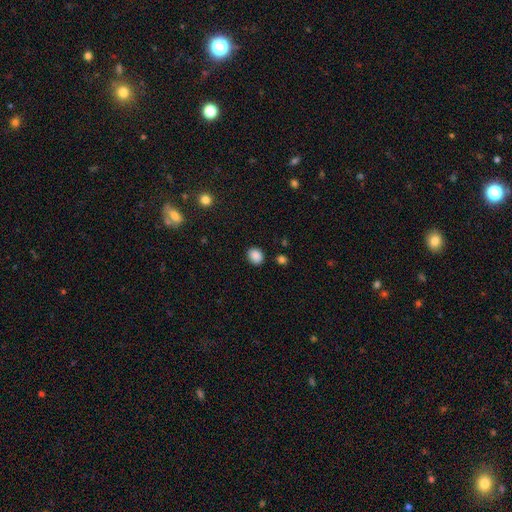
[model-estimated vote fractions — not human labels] Morphology: type=smooth (87%); roundness=round (64%); merging=none (88%).